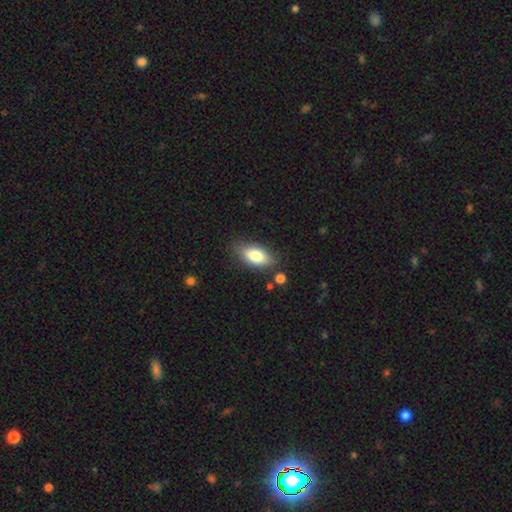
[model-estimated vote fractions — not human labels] Smooth or featured? smooth (79%)
How rounded? in between (88%)
Merging? none (79%)